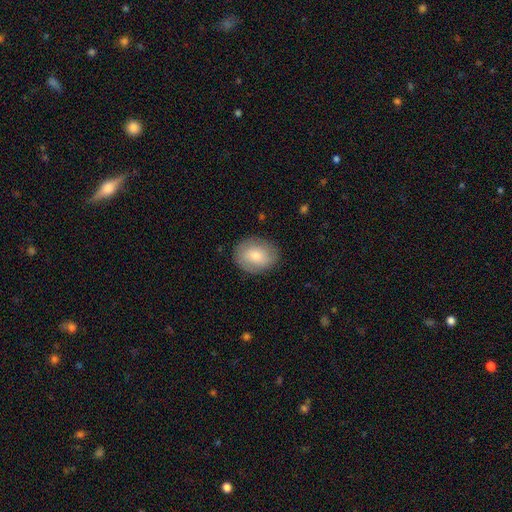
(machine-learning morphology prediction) Smooth or featured?
  - smooth: 73% *
  - featured or disk: 20%
  - star or artifact: 7%
How rounded?
  - in between: 56% *
  - round: 43%
  - cigar-shaped: 1%
Merging?
  - none: 83% *
  - minor disturbance: 12%
  - major disturbance: 4%
  - merger: 1%